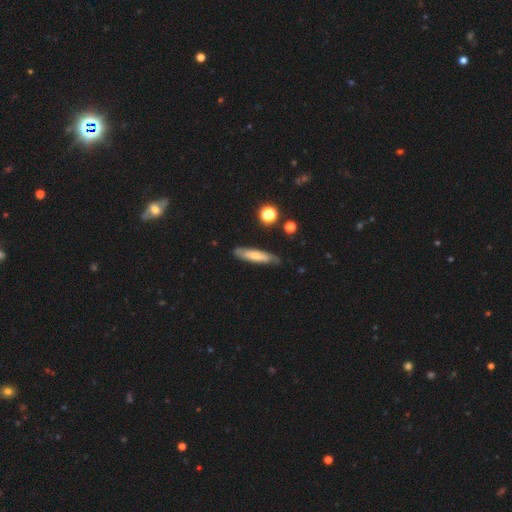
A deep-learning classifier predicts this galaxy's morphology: Overall: smooth (54%; featured or disk 39%). How rounded: cigar-shaped (76%). Merging: none (76%).